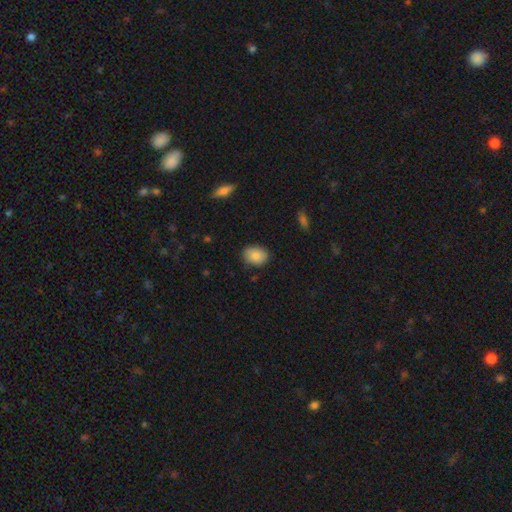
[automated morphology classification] Smooth or featured? smooth (85%)
How rounded? in between (66%)
Merging? none (84%)